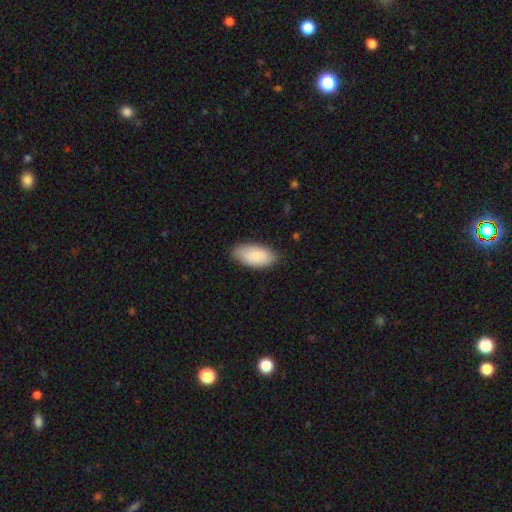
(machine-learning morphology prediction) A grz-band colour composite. It shows a smooth galaxy with no disk features (87%) that is in between round and cigar-shaped (93%). Merging: none (83%).